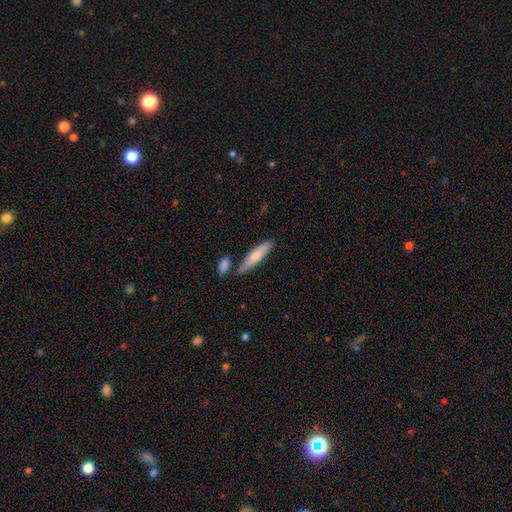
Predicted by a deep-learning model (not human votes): smooth_or_featured: smooth (p=0.71) [alt: featured or disk p=0.24]
how_rounded: cigar-shaped (p=0.74) [alt: in between p=0.24]
merging: none (p=0.67) [alt: minor disturbance p=0.16]